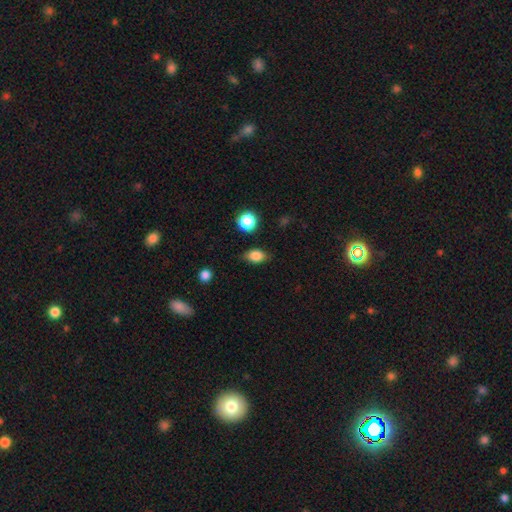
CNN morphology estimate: smooth-or-featured: smooth: 83% | star or artifact: 10% | featured or disk: 7%
  how-rounded: in between: 74% | round: 24% | cigar-shaped: 2%
  merging: none: 77% | minor disturbance: 17% | major disturbance: 4% | merger: 2%